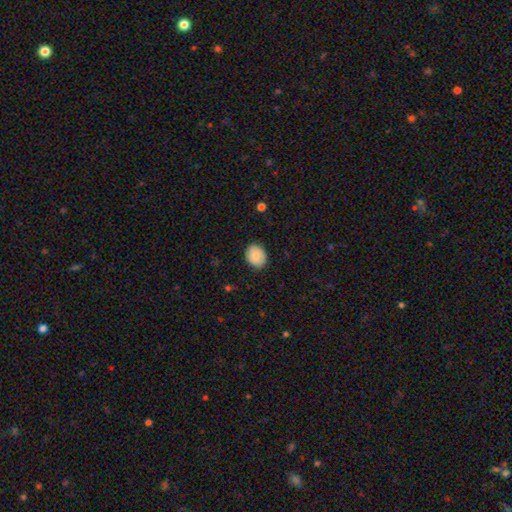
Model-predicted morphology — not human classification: A smooth galaxy with no disk features (85%) that is round (54%). Merging: none (86%).